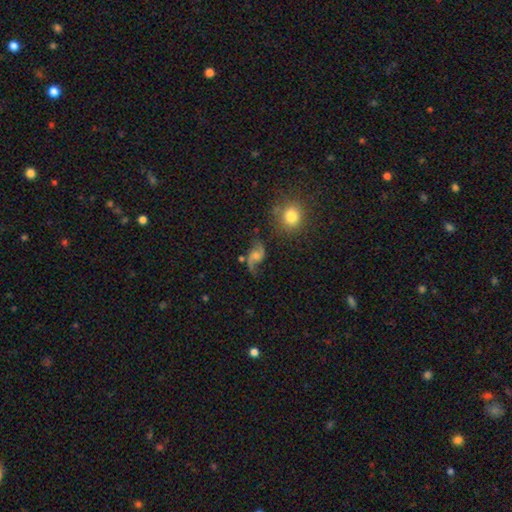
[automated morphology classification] smooth_or_featured: featured or disk (p=0.83) [alt: smooth p=0.09]
disk_edge_on: no (p=0.98) [alt: yes p=0.02]
bar: no (p=0.58) [alt: weak p=0.35]
has_spiral_arms: yes (p=0.96) [alt: no p=0.04]
spiral_winding: loose (p=0.78) [alt: medium p=0.18]
spiral_arm_count: 2 (p=0.92) [alt: 1 p=0.03]
bulge_size: moderate (p=0.43) [alt: small p=0.38]
merging: none (p=0.67) [alt: minor disturbance p=0.18]